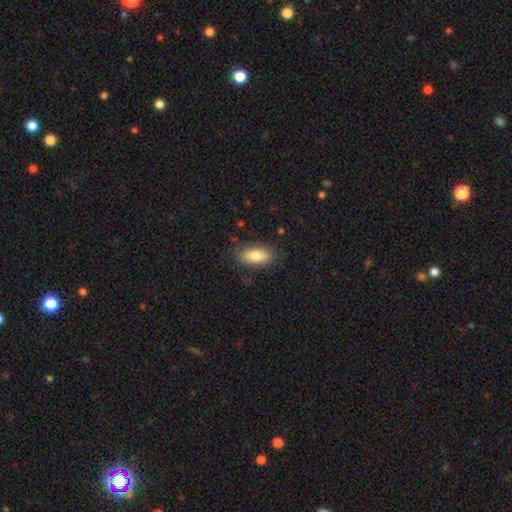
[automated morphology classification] smooth-or-featured: smooth: 81% | featured or disk: 12% | star or artifact: 7%
  how-rounded: in between: 89% | cigar-shaped: 7% | round: 4%
  merging: none: 80% | minor disturbance: 15% | major disturbance: 4% | merger: 1%